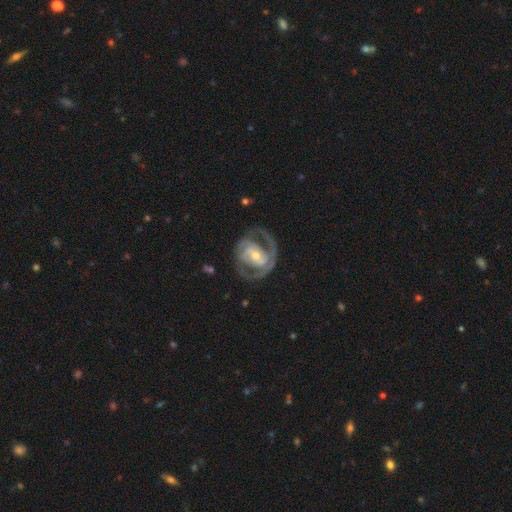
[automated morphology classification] smooth_or_featured: featured or disk (p=0.85) [alt: smooth p=0.11]
disk_edge_on: no (p=0.97) [alt: yes p=0.03]
bar: weak (p=0.37) [alt: no p=0.32]
has_spiral_arms: yes (p=0.87) [alt: no p=0.13]
spiral_winding: medium (p=0.44) [alt: tight p=0.42]
spiral_arm_count: 2 (p=0.71) [alt: can't tell p=0.12]
bulge_size: moderate (p=0.55) [alt: small p=0.39]
merging: none (p=0.64) [alt: minor disturbance p=0.18]